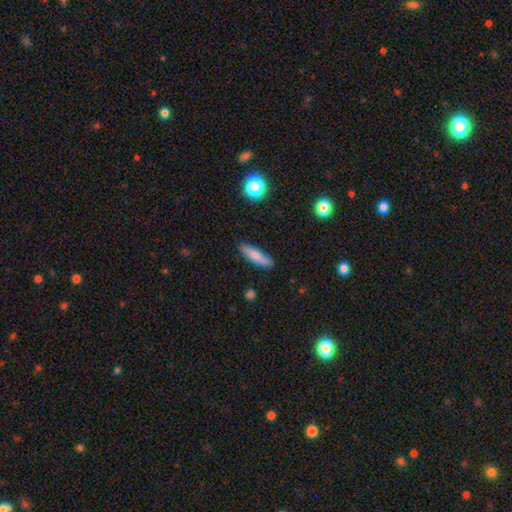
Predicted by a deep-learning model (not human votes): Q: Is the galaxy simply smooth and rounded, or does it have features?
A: smooth — 74%.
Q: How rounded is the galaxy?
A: cigar-shaped — 70%.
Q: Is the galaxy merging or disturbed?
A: none — 82%.